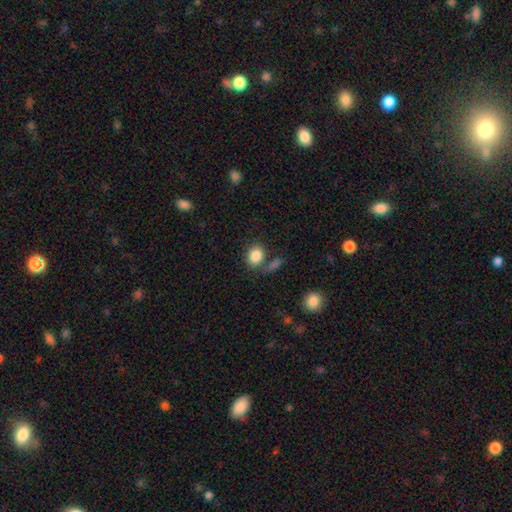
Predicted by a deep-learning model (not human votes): smooth-or-featured: smooth: 86% | star or artifact: 9% | featured or disk: 6%
  how-rounded: in between: 54% | round: 45% | cigar-shaped: 1%
  merging: none: 65% | merger: 15% | minor disturbance: 14% | major disturbance: 6%